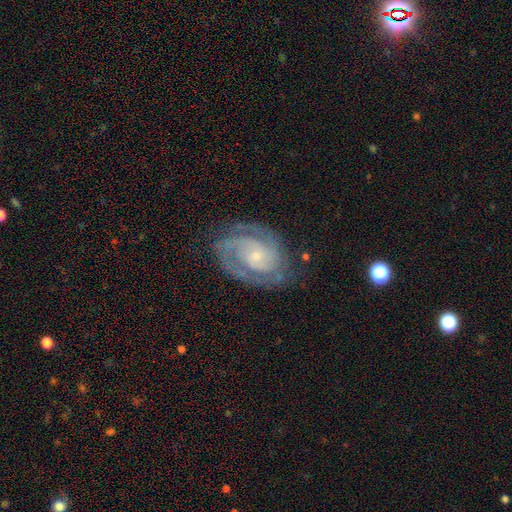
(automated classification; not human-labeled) A featured or disk galaxy (89%) with no bar (65%), 2 (66%) tight (61%) spiral arms (98%) and a small central bulge (76%). Merging: none (75%).